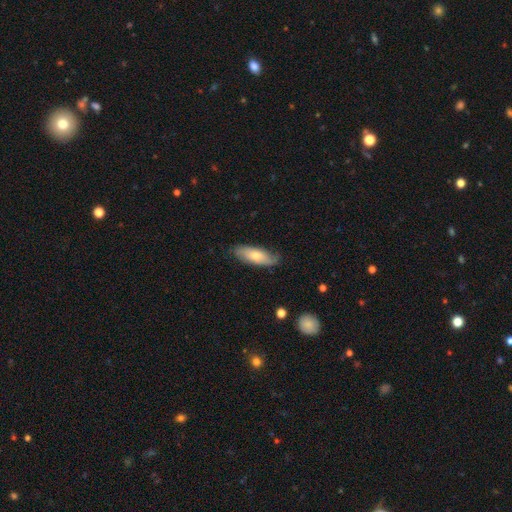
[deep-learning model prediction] Smooth or featured: smooth — 64% (featured or disk — 31%)
How rounded: in between — 68% (cigar-shaped — 30%)
Merging: none — 75% (minor disturbance — 20%)